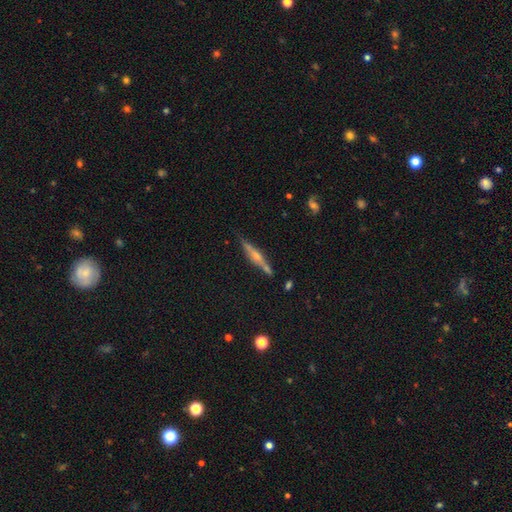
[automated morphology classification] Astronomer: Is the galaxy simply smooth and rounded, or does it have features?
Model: featured or disk — 59%.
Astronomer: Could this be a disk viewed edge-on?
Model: yes — 93%.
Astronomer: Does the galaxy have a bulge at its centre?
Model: rounded — 72%.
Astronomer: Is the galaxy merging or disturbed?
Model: none — 73%.